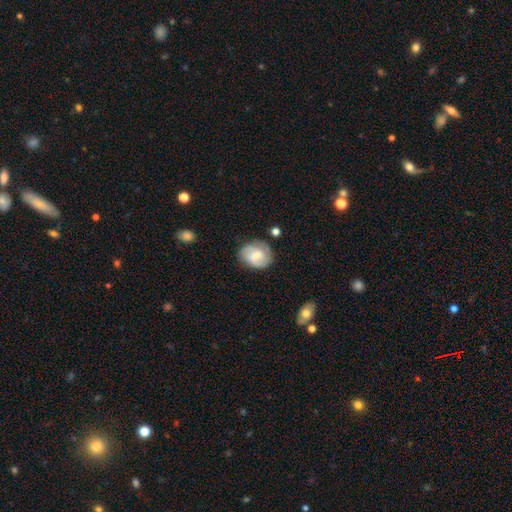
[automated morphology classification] A featured or disk galaxy (57%) with a weak bar (47%), spiral arms (86%) and a moderate central bulge (49%). Merging: none (68%).